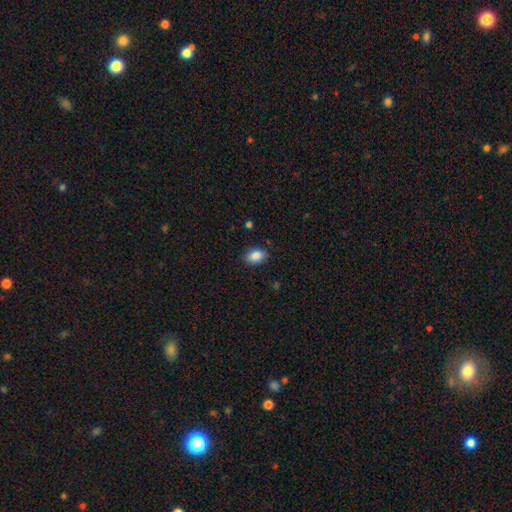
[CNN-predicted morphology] Overall: smooth (87%). How rounded: in between (83%). Merging: none (85%).